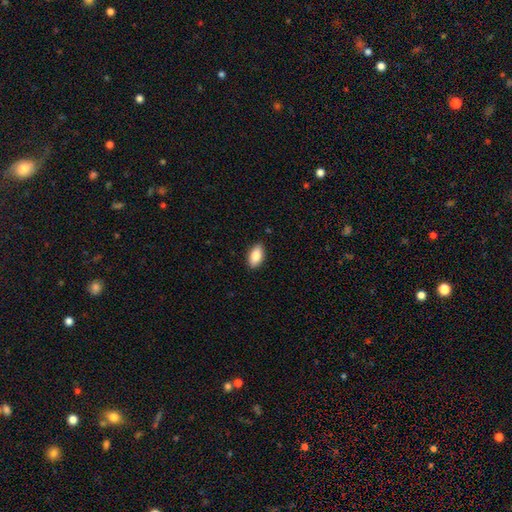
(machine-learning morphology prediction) A smooth galaxy with no disk features (86%) that is in between round and cigar-shaped (92%).

Vote fractions:
- Smooth or featured? smooth: 86% / featured or disk: 7% / star or artifact: 7%
- How rounded? in between: 92% / cigar-shaped: 4% / round: 3%
- Merging? none: 88% / minor disturbance: 9% / major disturbance: 2% / merger: 1%